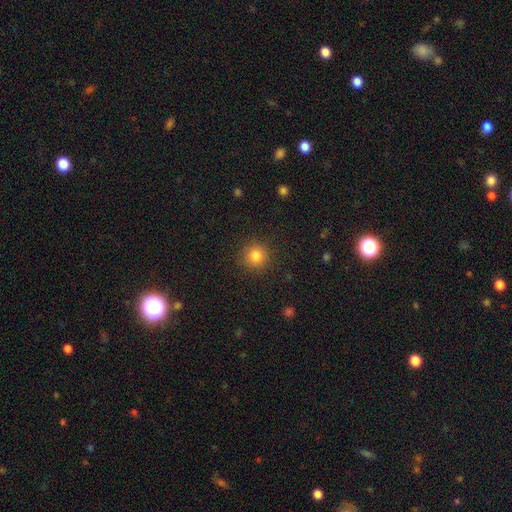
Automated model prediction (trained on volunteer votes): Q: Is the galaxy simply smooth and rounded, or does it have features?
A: smooth — 82%.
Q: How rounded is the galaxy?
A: round — 92%.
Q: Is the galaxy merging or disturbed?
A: none — 90%.